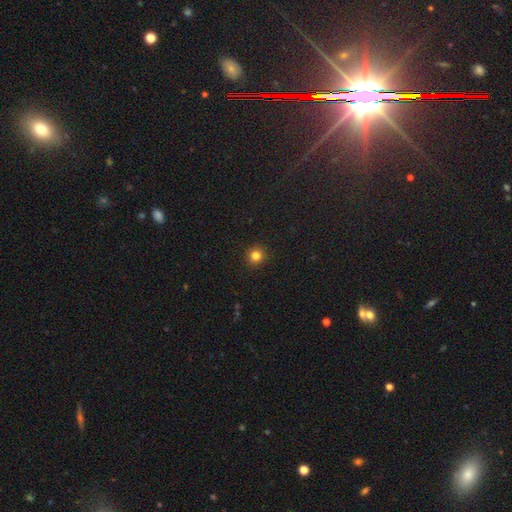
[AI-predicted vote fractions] Smooth or featured? Predicted: smooth (p=0.82). How rounded? Predicted: round (p=0.94). Merging? Predicted: none (p=0.92).